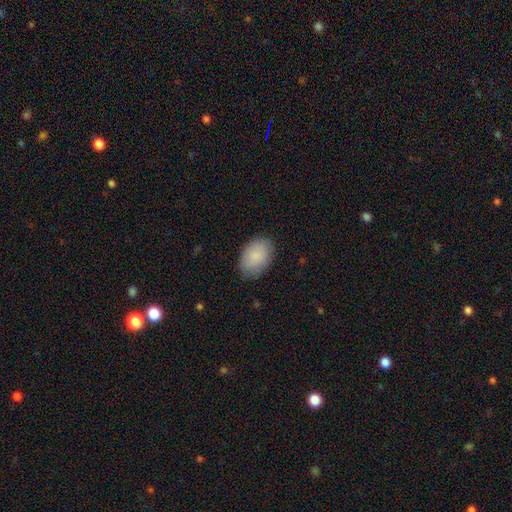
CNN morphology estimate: Overall: smooth (86%). How rounded: in between (89%). Merging: none (82%).